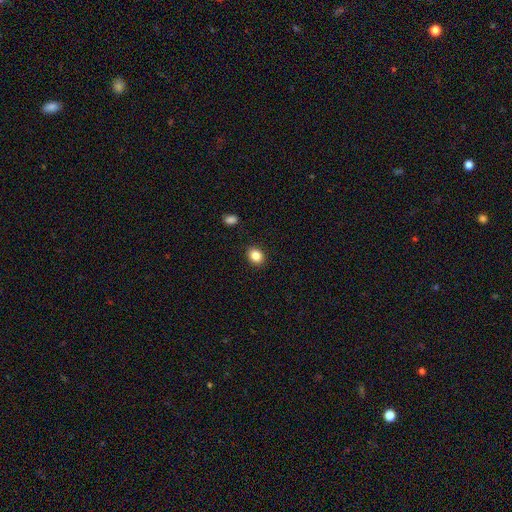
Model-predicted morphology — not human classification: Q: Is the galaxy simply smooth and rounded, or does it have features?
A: smooth — 85%.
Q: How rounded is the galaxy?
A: round — 55%.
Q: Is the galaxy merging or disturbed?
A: none — 89%.